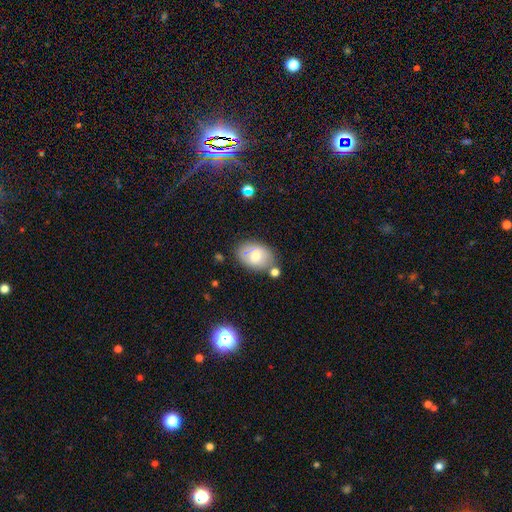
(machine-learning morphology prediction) Smooth or featured?
  - smooth: 65% *
  - featured or disk: 26%
  - star or artifact: 8%
How rounded?
  - in between: 80% *
  - round: 19%
  - cigar-shaped: 1%
Merging?
  - none: 67% *
  - minor disturbance: 19%
  - merger: 10%
  - major disturbance: 5%